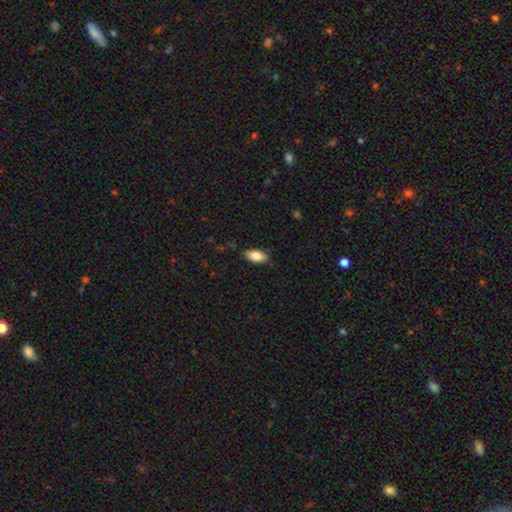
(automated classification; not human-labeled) A smooth galaxy with no disk features (84%) that is in between round and cigar-shaped (92%). Merging: none (85%).